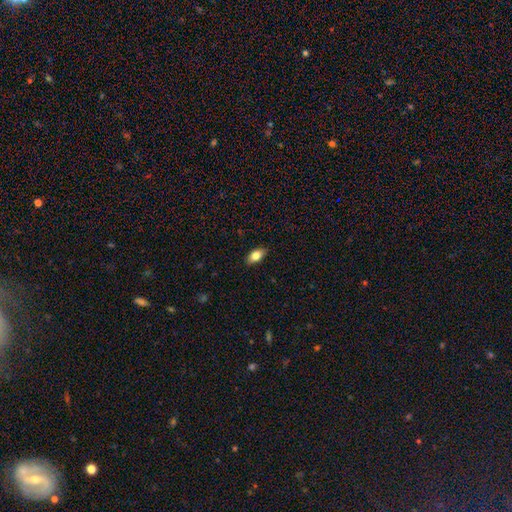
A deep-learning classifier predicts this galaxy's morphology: Smooth or featured? Predicted: smooth (p=0.80). How rounded? Predicted: in between (p=0.89). Merging? Predicted: none (p=0.87).